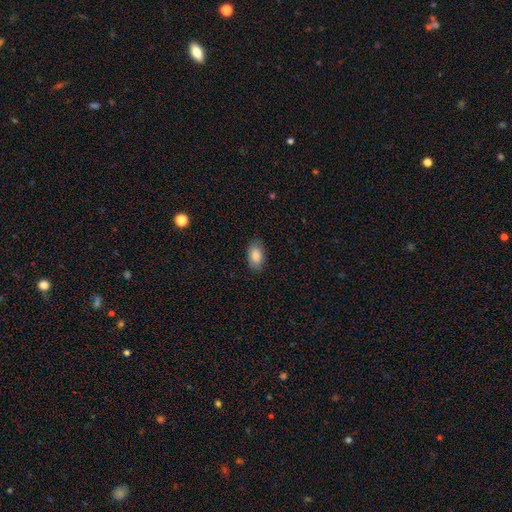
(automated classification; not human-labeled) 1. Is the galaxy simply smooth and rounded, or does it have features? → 87% smooth, 7% star or artifact, 6% featured or disk.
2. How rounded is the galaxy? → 93% in between, 5% round, 2% cigar-shaped.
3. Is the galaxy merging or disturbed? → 85% none, 11% minor disturbance, 3% major disturbance, 1% merger.